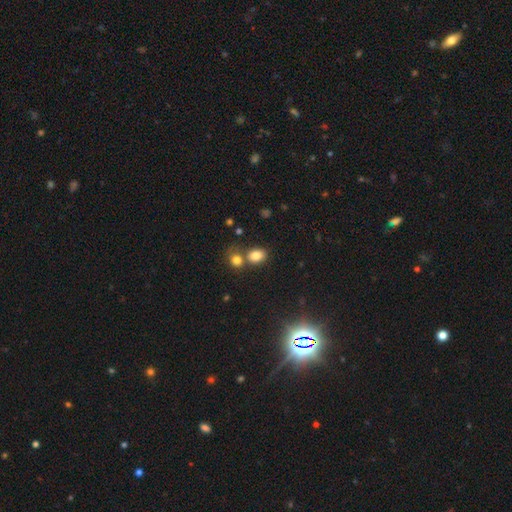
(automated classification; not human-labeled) A smooth galaxy with no disk features (81%) that is in between round and cigar-shaped (67%). Merging: none (53%).